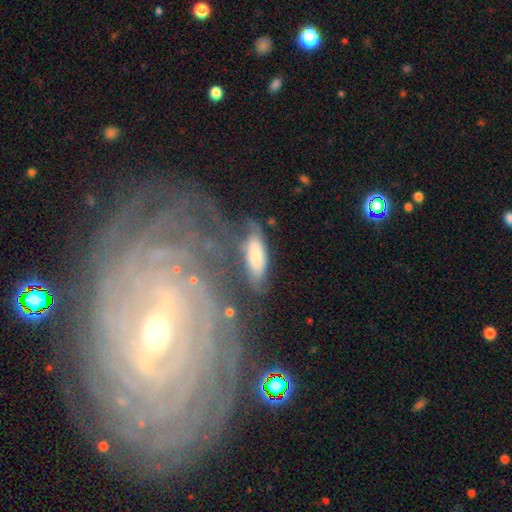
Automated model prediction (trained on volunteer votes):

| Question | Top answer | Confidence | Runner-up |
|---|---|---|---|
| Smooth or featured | smooth | 59% | featured or disk (34%) |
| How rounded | in between | 61% | cigar-shaped (37%) |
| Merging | none | 51% | minor disturbance (24%) |